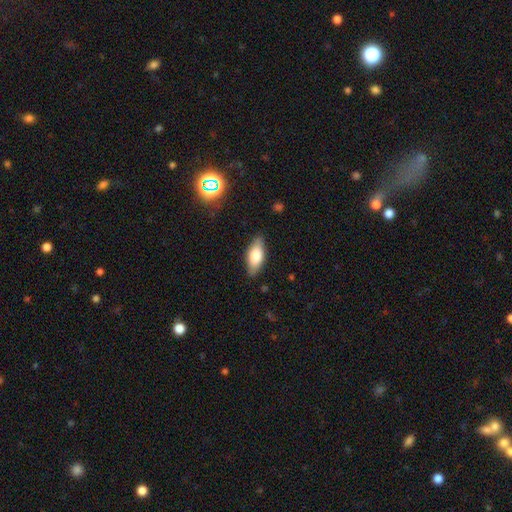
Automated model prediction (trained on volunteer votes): Smooth or featured? smooth (71%)
How rounded? in between (79%)
Merging? none (84%)